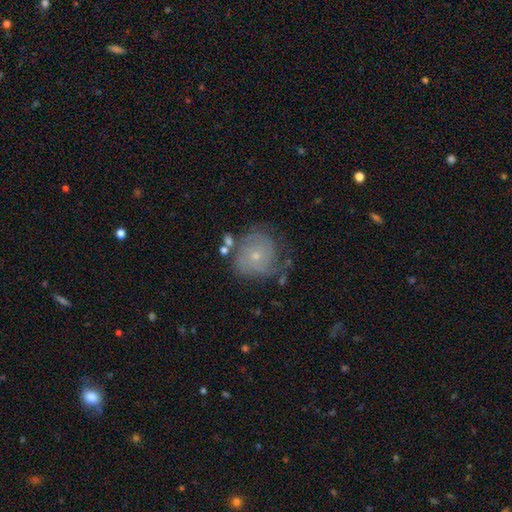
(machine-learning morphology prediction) Smooth or featured: featured or disk — 69% (smooth — 23%)
Edge-on disk: no — 98% (yes — 2%)
Bar: no — 82% (weak — 15%)
Spiral arms: yes — 87% (no — 13%)
Spiral winding: tight — 62% (medium — 28%)
Spiral arm count: can't tell — 39% (2 — 27%)
Bulge size: small — 73% (moderate — 23%)
Merging: none — 58% (minor disturbance — 24%)